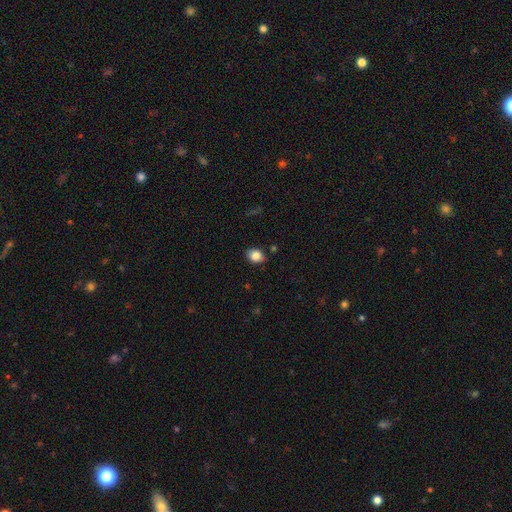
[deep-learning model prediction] This appears to be a smooth galaxy with no disk features (84%) that is in between round and cigar-shaped (60%). Merging: none (81%).